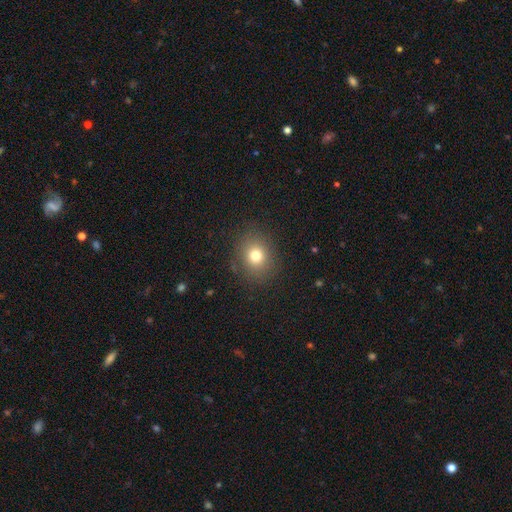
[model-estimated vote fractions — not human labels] smooth 77%, star or artifact 13%, featured or disk 9%. Down the decision tree: how rounded — round (70%); merging — none (87%).